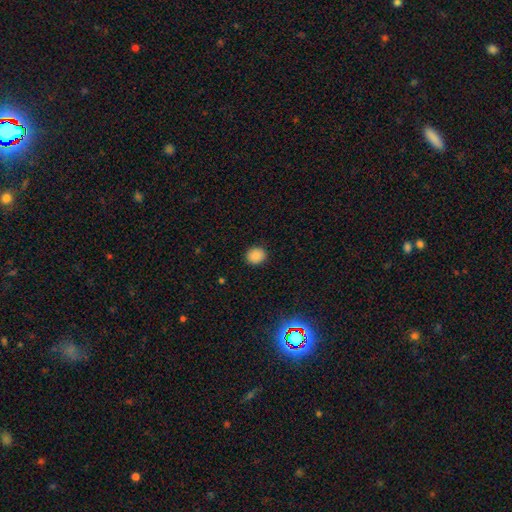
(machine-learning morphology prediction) Smooth or featured: smooth — 86% (star or artifact — 10%)
How rounded: round — 74% (in between — 25%)
Merging: none — 89% (minor disturbance — 7%)